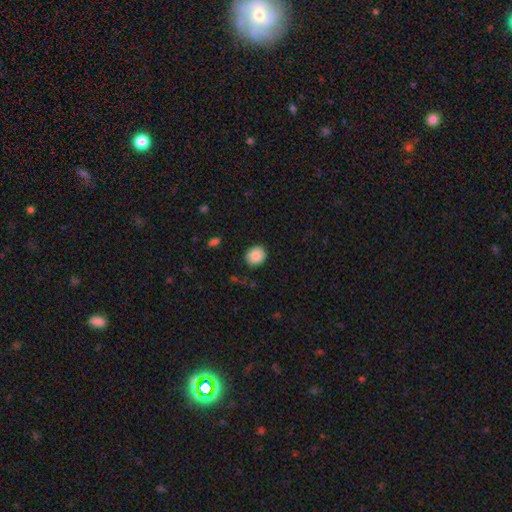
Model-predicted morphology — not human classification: Q: Smooth or featured?
A: smooth (86%); runner-up: star or artifact (8%)
Q: How rounded?
A: round (76%); runner-up: in between (23%)
Q: Merging?
A: none (87%); runner-up: minor disturbance (9%)